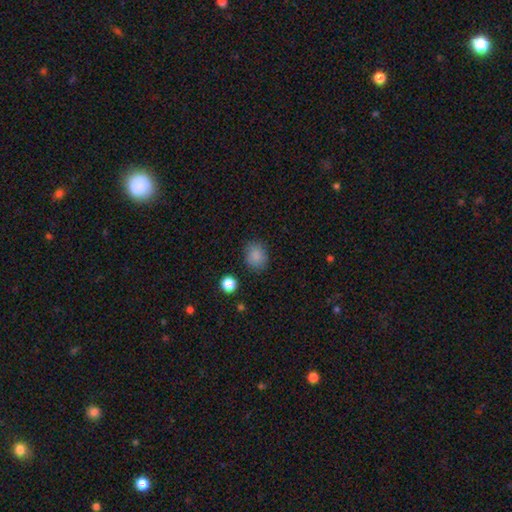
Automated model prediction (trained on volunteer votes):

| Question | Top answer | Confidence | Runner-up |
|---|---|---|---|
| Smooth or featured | smooth | 85% | star or artifact (10%) |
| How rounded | round | 68% | in between (31%) |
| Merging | none | 81% | minor disturbance (13%) |